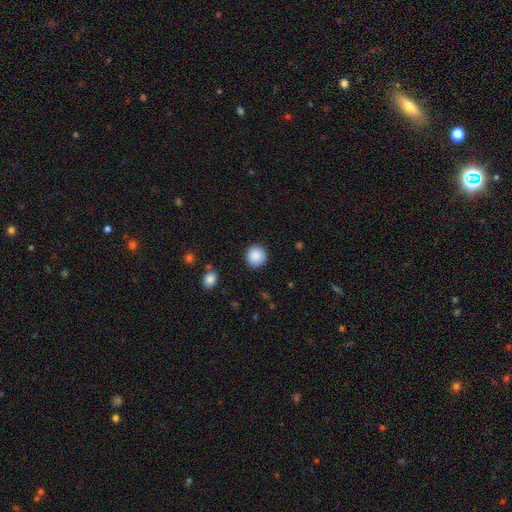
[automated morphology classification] A smooth galaxy with no disk features (89%) that is round (95%). Merging: none (92%).